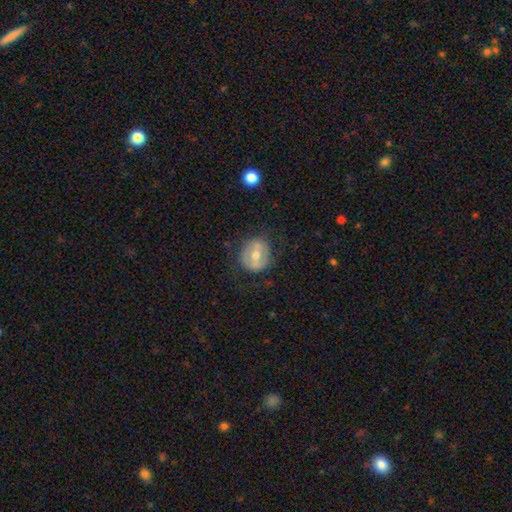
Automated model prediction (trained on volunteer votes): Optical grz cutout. It shows a featured or disk galaxy (54%) with a weak bar (40%), no spiral arms (63%) and a moderate central bulge (69%). Merging: none (73%).